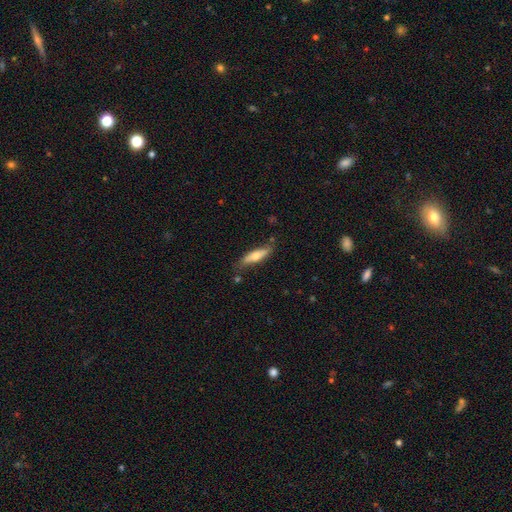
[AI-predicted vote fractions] smooth 62%, featured or disk 32%, star or artifact 6%. Down the decision tree: how rounded — cigar-shaped (64%); merging — none (75%).